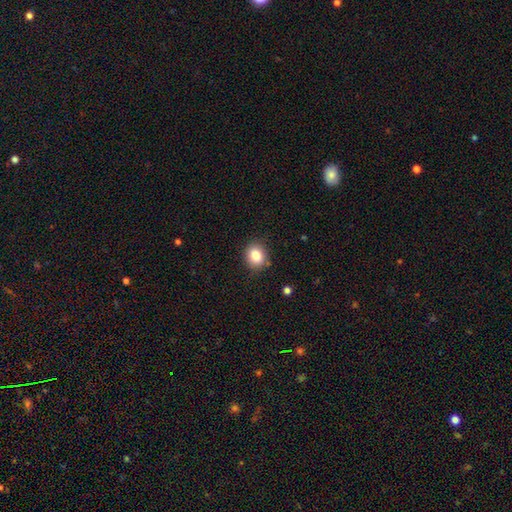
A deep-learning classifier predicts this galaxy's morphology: Overall: smooth (83%). How rounded: round (62%; in between 37%). Merging: none (85%).